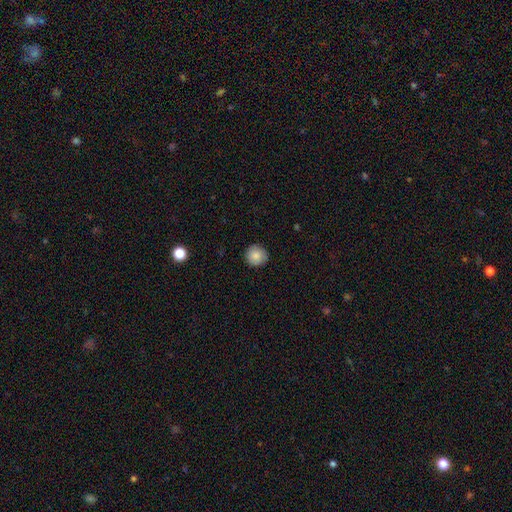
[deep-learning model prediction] Smooth or featured? Predicted: smooth (p=0.86). How rounded? Predicted: round (p=0.94). Merging? Predicted: none (p=0.90).